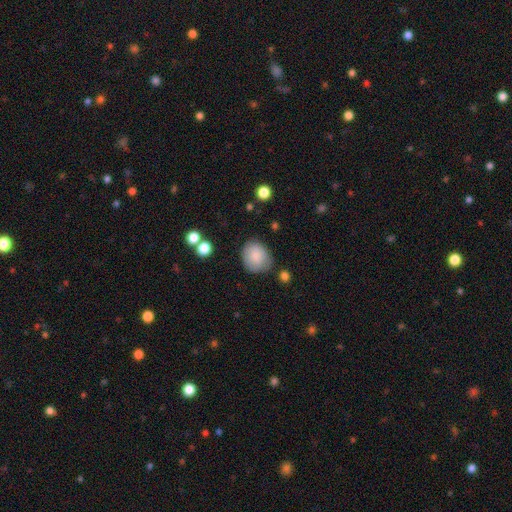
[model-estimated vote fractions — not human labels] The model was most divided on "how rounded": round: 60%, in between: 39%, cigar-shaped: 1%. More confident: smooth or featured — smooth (81%); merging — none (73%).